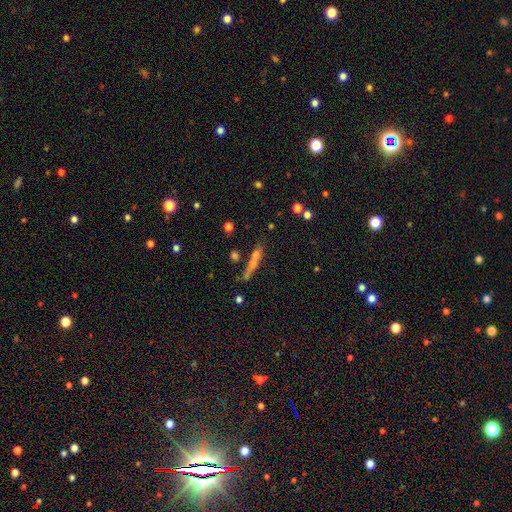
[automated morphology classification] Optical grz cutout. It shows a smooth galaxy with no disk features (51%) that is cigar-shaped (86%). Merging: none (64%).